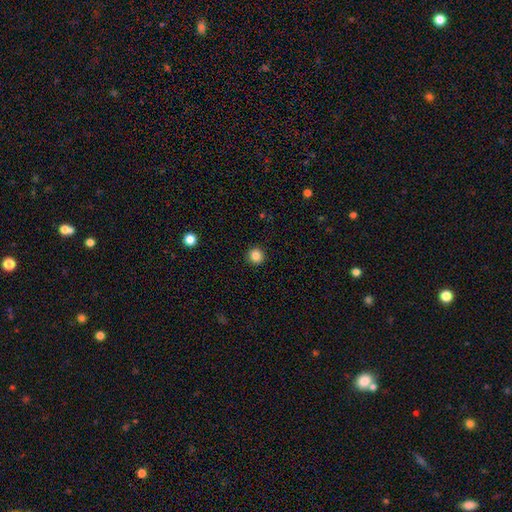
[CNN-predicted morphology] Smooth or featured? Predicted: smooth (p=0.85). How rounded? Predicted: round (p=0.94). Merging? Predicted: none (p=0.93).